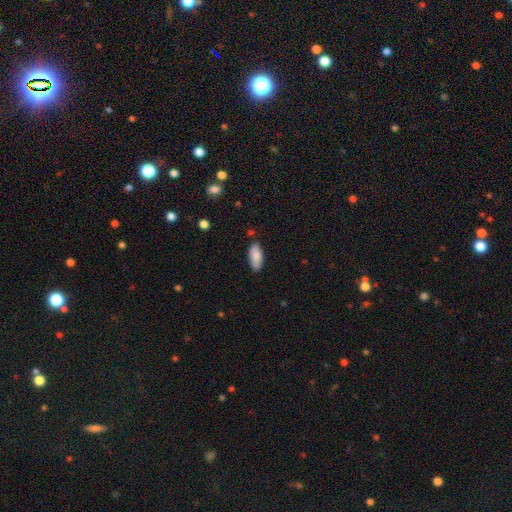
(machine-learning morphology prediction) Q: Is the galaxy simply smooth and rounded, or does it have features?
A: smooth — 88%.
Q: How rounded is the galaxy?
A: in between — 87%.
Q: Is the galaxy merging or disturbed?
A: none — 79%.